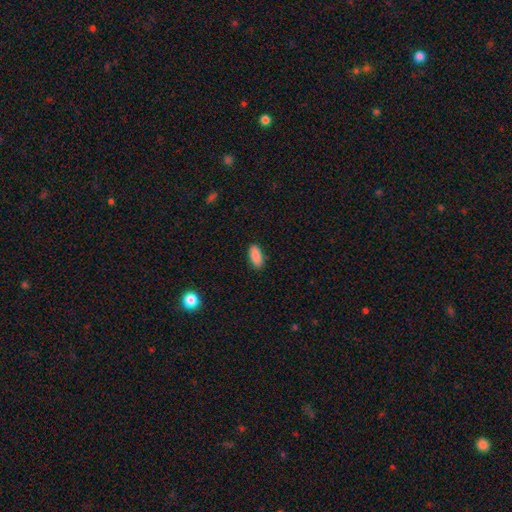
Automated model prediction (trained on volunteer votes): Overall: smooth (89%). How rounded: in between (88%). Merging: none (88%).